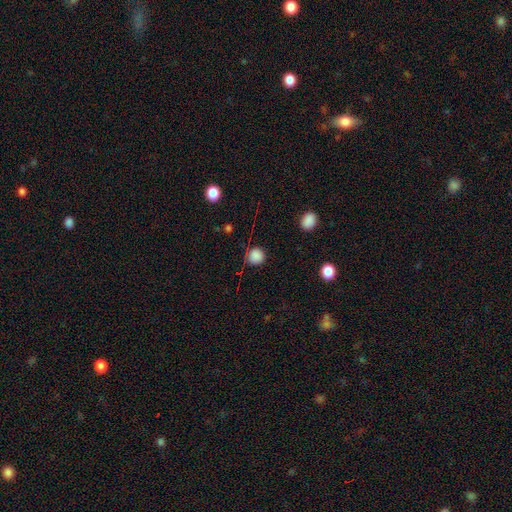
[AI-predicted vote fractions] Overall: smooth (84%). How rounded: round (91%). Merging: none (80%).